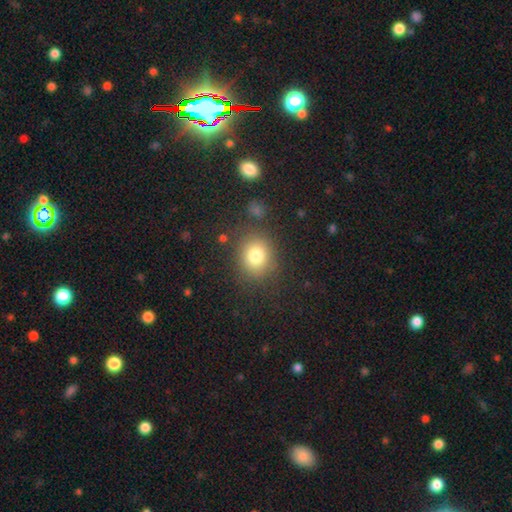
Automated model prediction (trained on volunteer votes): smooth_or_featured: smooth (p=0.80) [alt: star or artifact p=0.12]
how_rounded: round (p=0.71) [alt: in between p=0.28]
merging: none (p=0.81) [alt: minor disturbance p=0.11]